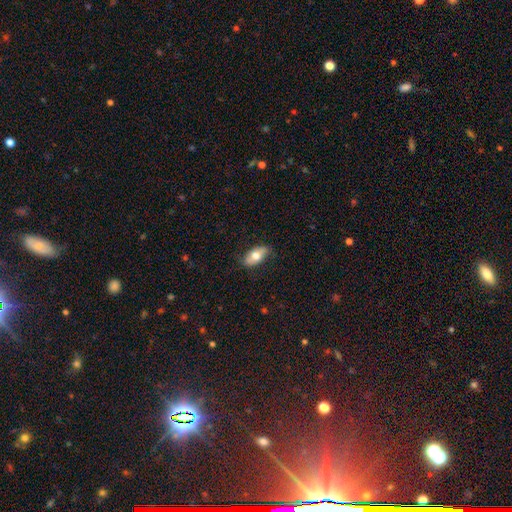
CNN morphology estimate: Q: Smooth or featured?
A: smooth (67%); runner-up: featured or disk (26%)
Q: How rounded?
A: in between (89%); runner-up: cigar-shaped (7%)
Q: Merging?
A: none (82%); runner-up: minor disturbance (14%)